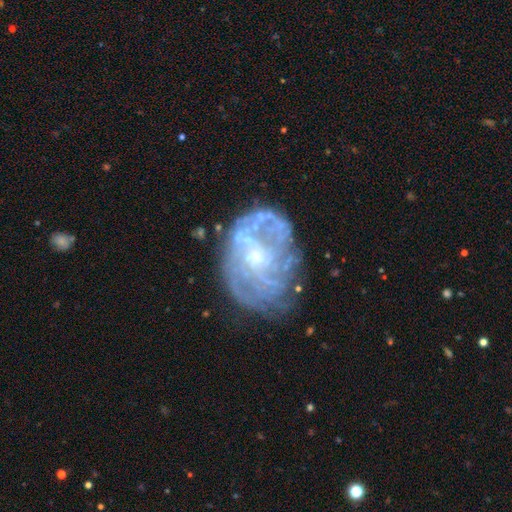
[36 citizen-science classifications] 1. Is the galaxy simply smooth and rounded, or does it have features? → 86% featured or disk, 11% smooth, 3% star or artifact.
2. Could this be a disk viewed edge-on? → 97% no, 3% yes.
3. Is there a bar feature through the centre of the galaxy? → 67% no, 33% weak, 0% strong.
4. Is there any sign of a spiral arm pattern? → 77% yes, 23% no.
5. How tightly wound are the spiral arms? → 48% medium, 35% loose, 17% tight.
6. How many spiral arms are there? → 48% can't tell, 30% 2, 13% more than 4, 9% 4, 0% 1, 0% 3.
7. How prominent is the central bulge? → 77% small, 17% moderate, 3% large, 3% none, 0% dominant.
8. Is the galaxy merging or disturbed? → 34% none, 29% minor disturbance, 26% major disturbance, 11% merger.